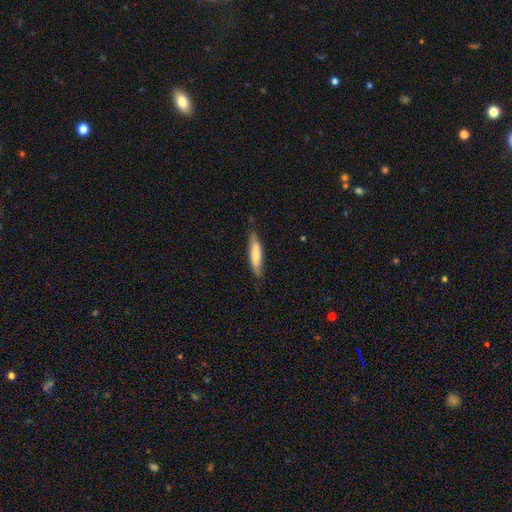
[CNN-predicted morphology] smooth_or_featured: smooth (p=0.67) [alt: featured or disk p=0.27]
how_rounded: cigar-shaped (p=0.80) [alt: in between p=0.19]
merging: none (p=0.75) [alt: minor disturbance p=0.20]